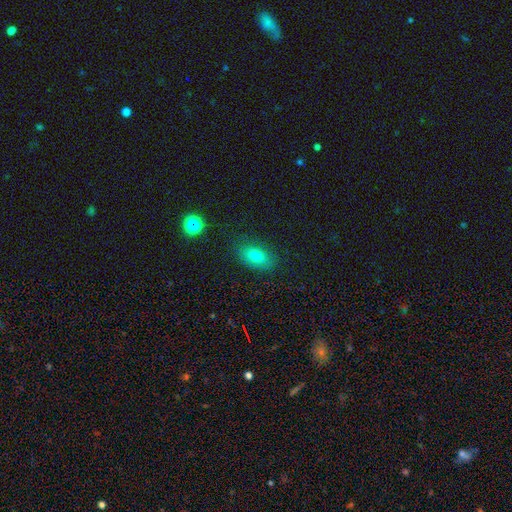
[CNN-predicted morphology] The model was most divided on "smooth or featured": smooth: 77%, featured or disk: 12%, star or artifact: 11%. More confident: how rounded — in between (87%); merging — none (84%).